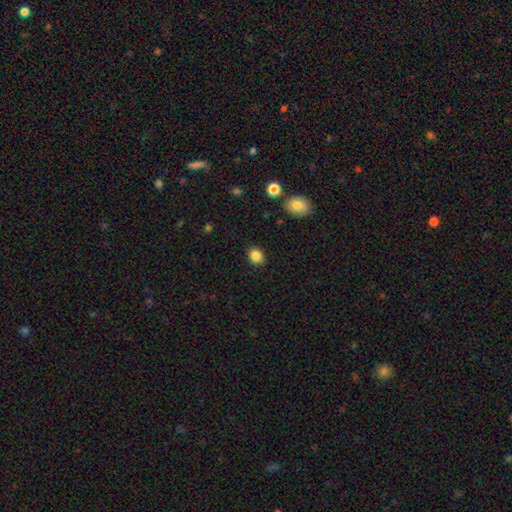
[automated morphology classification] type=smooth (86%); roundness=round (51%); merging=none (88%).